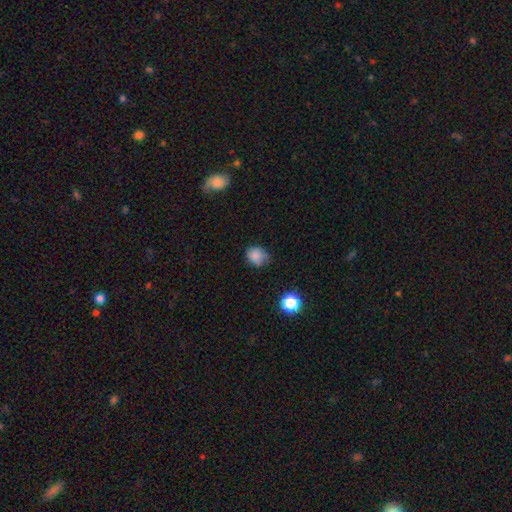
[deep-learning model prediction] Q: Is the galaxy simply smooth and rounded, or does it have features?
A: smooth — 82%.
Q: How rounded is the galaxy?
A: round — 61%.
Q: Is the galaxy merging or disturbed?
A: none — 57%.